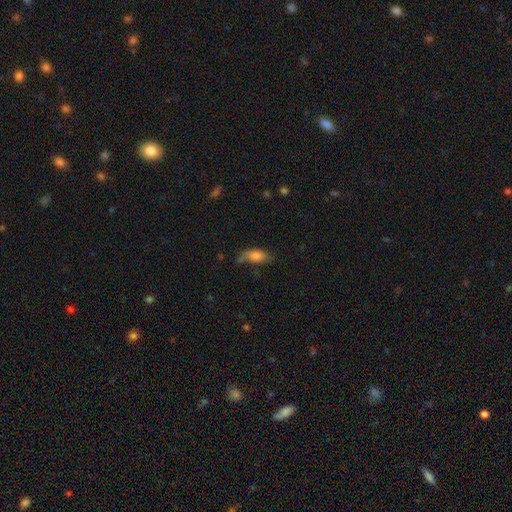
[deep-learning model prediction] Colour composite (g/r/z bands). It shows a smooth galaxy with no disk features (76%) that is in between round and cigar-shaped (81%). Merging: none (55%).